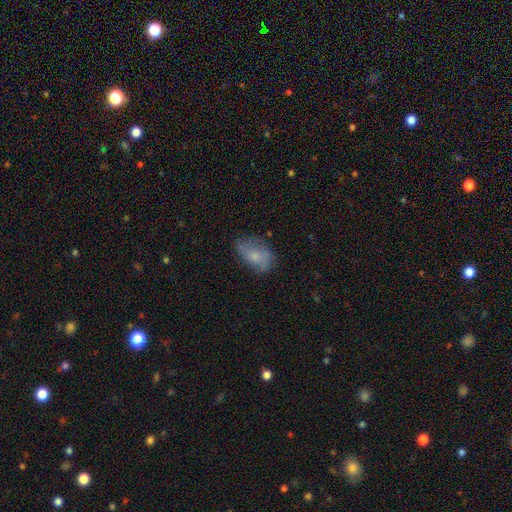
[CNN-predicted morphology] Smooth or featured?
  - smooth: 52% *
  - featured or disk: 40%
  - star or artifact: 9%
How rounded?
  - in between: 87% *
  - round: 10%
  - cigar-shaped: 3%
Merging?
  - none: 60% *
  - minor disturbance: 27%
  - major disturbance: 10%
  - merger: 2%